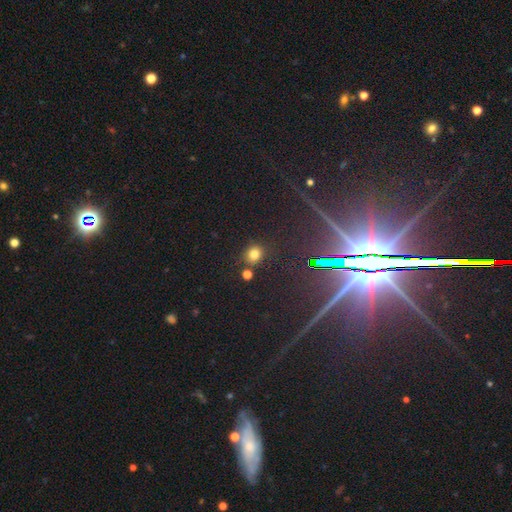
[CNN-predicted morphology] A smooth galaxy with no disk features (66%) that is round (81%).

Vote fractions:
- Smooth or featured? smooth: 66% / star or artifact: 26% / featured or disk: 7%
- How rounded? round: 81% / in between: 18% / cigar-shaped: 1%
- Merging? none: 86% / minor disturbance: 7% / merger: 5% / major disturbance: 3%